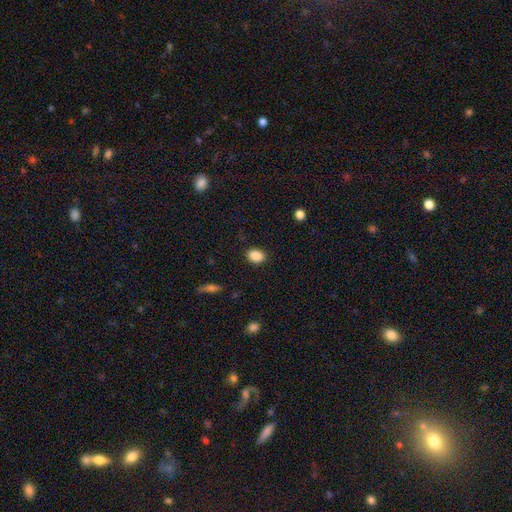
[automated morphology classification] This appears to be a smooth galaxy with no disk features (88%) that is in between round and cigar-shaped (70%). Merging: none (87%).